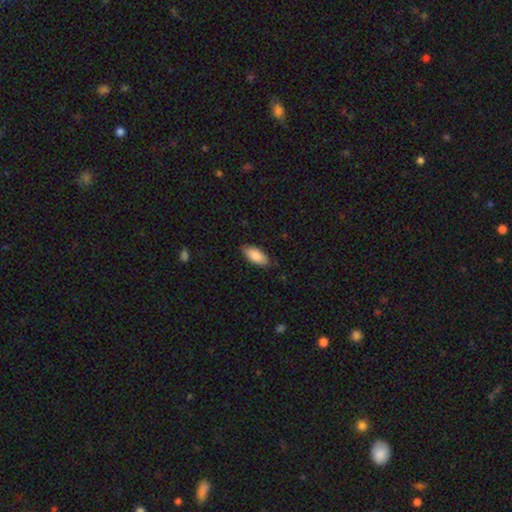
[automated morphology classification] A smooth galaxy with no disk features (87%) that is in between round and cigar-shaped (88%).

Vote fractions:
- Smooth or featured? smooth: 87% / featured or disk: 7% / star or artifact: 6%
- How rounded? in between: 88% / cigar-shaped: 10% / round: 2%
- Merging? none: 84% / minor disturbance: 13% / major disturbance: 2% / merger: 1%